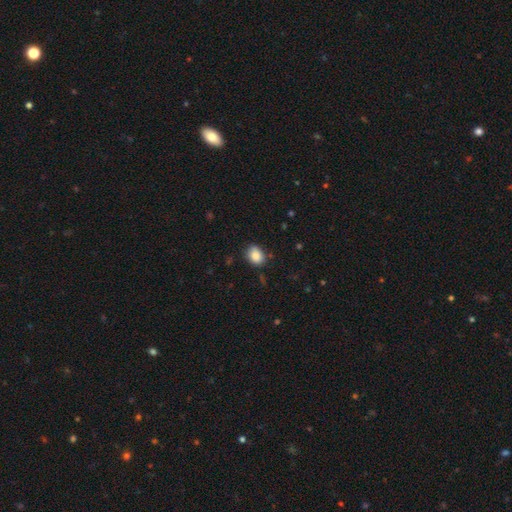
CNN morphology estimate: Q: Smooth or featured?
A: smooth (87%); runner-up: star or artifact (9%)
Q: How rounded?
A: in between (61%); runner-up: round (38%)
Q: Merging?
A: none (78%); runner-up: minor disturbance (17%)